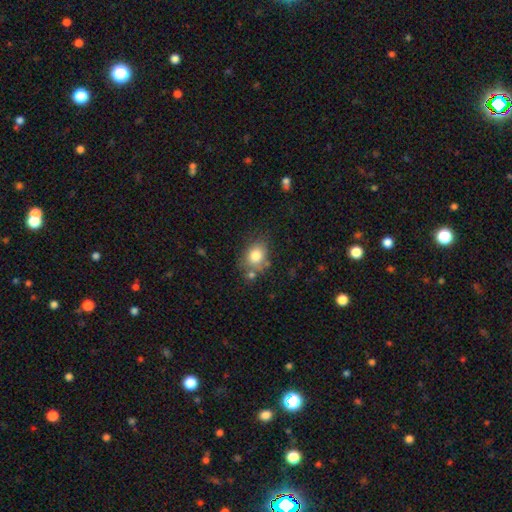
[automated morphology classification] smooth 79%, featured or disk 11%, star or artifact 10%. Down the decision tree: how rounded — in between (56%); merging — none (65%).